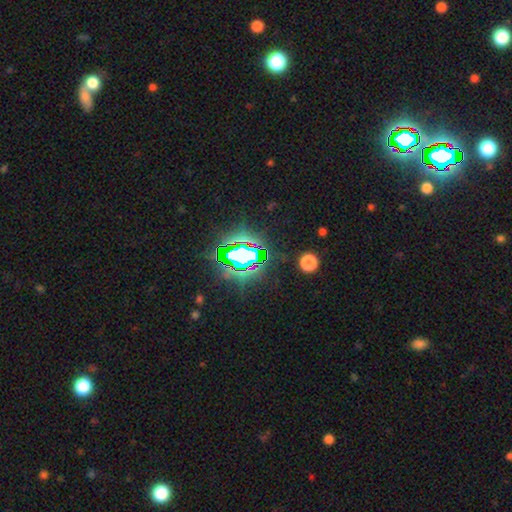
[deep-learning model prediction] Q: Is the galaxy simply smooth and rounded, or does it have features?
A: star or artifact — 81%.